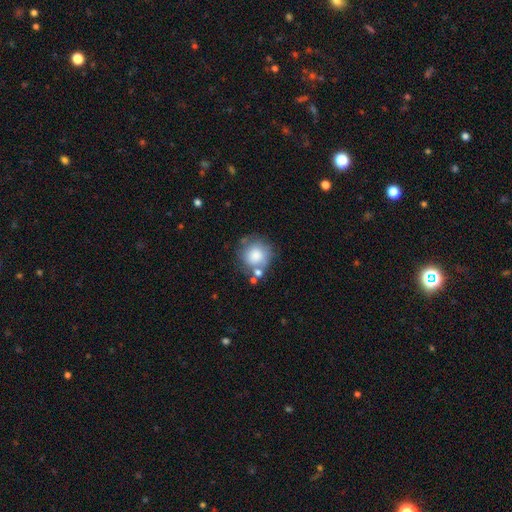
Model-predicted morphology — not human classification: Smooth or featured?
  - smooth: 77% *
  - featured or disk: 15%
  - star or artifact: 8%
How rounded?
  - round: 88% *
  - in between: 11%
  - cigar-shaped: 1%
Merging?
  - none: 59% *
  - minor disturbance: 19%
  - merger: 14%
  - major disturbance: 8%